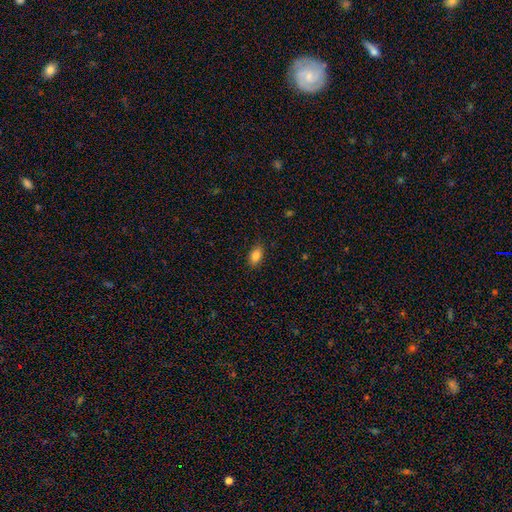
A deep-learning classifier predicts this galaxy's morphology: smooth 85%, star or artifact 9%, featured or disk 6%. Down the decision tree: how rounded — in between (88%); merging — none (86%).